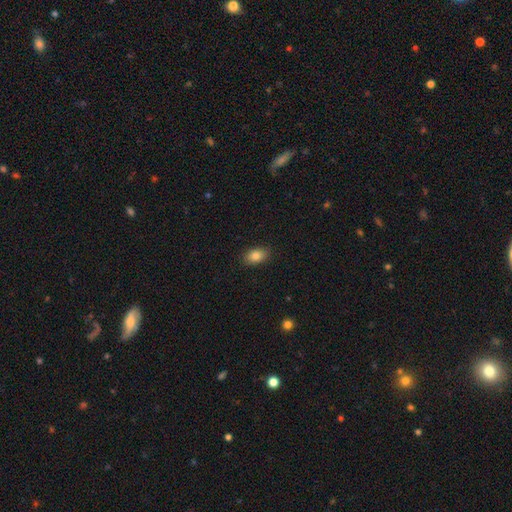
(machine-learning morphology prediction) Overall: smooth (85%). How rounded: in between (87%). Merging: none (88%).